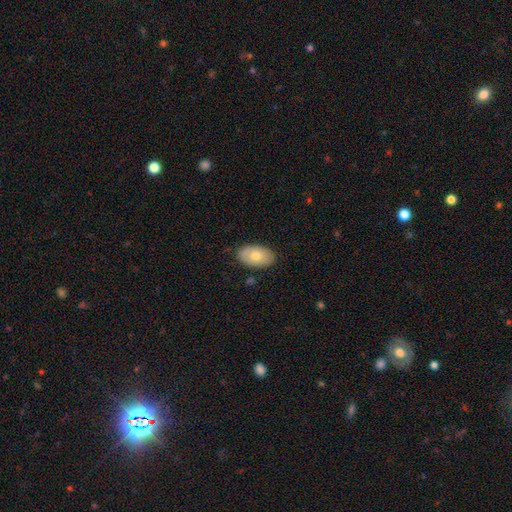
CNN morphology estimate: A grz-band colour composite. It shows a smooth galaxy with no disk features (69%) that is in between round and cigar-shaped (93%). Merging: none (85%).